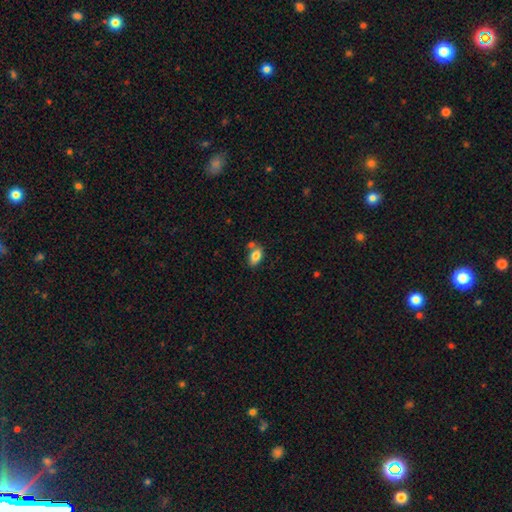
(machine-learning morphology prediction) Smooth or featured?
  - smooth: 82% *
  - featured or disk: 10%
  - star or artifact: 8%
How rounded?
  - in between: 90% *
  - round: 7%
  - cigar-shaped: 2%
Merging?
  - none: 60% *
  - merger: 22%
  - minor disturbance: 15%
  - major disturbance: 4%